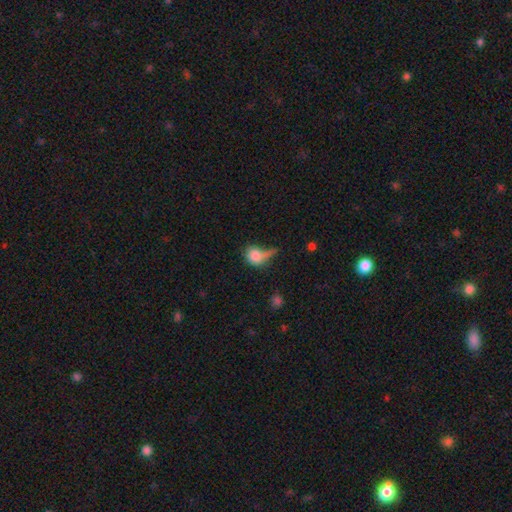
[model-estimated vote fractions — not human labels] The model was most divided on "merging": none: 31%, major disturbance: 28%, minor disturbance: 24%, merger: 16%. More confident: smooth or featured — smooth (75%); how rounded — round (54%).